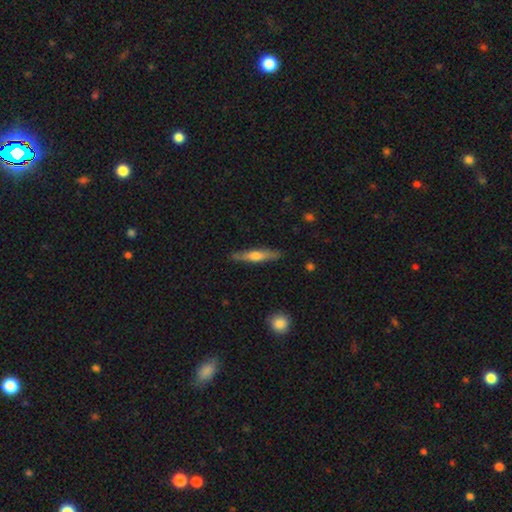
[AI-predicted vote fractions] Morphology: type=featured or disk (49%); merging=none (87%).